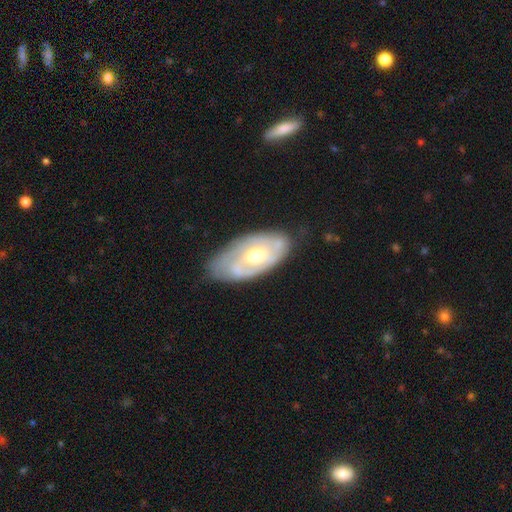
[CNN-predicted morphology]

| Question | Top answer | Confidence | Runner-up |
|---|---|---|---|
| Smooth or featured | featured or disk | 68% | smooth (27%) |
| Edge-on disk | no | 91% | yes (9%) |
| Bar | no | 60% | weak (33%) |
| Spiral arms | yes | 73% | no (27%) |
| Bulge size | moderate | 73% | small (14%) |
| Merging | none | 63% | minor disturbance (26%) |